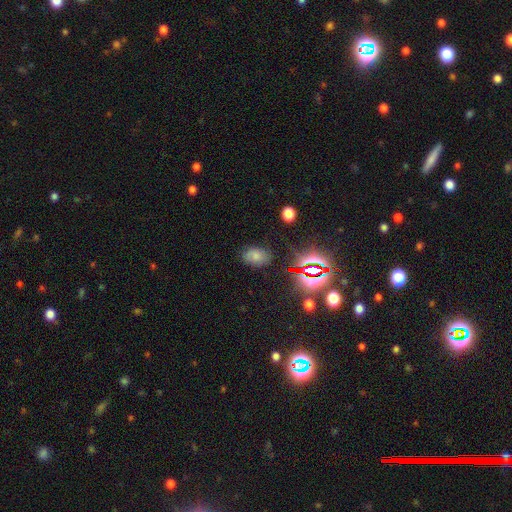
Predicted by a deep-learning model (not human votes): The model was most divided on "smooth or featured": smooth: 64%, star or artifact: 23%, featured or disk: 13%. More confident: how rounded — in between (81%); merging — none (77%).